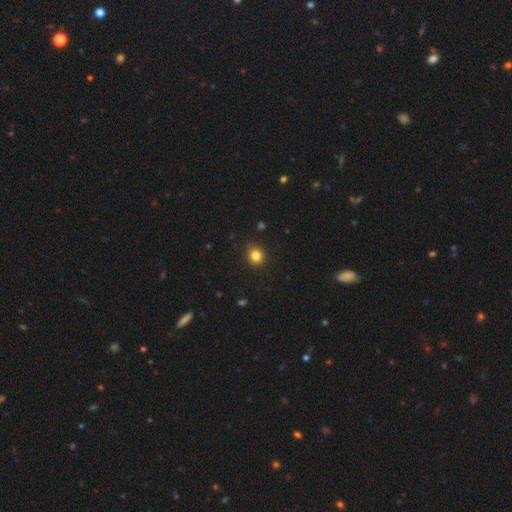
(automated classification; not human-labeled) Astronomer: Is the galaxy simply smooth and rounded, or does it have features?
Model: smooth — 83%.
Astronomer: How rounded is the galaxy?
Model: round — 87%.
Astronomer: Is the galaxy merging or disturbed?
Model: none — 88%.